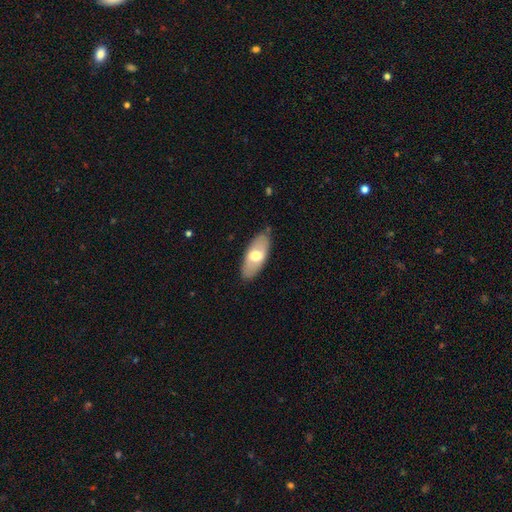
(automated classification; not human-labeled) A smooth galaxy with no disk features (59%) that is in between round and cigar-shaped (87%). Merging: none (83%).